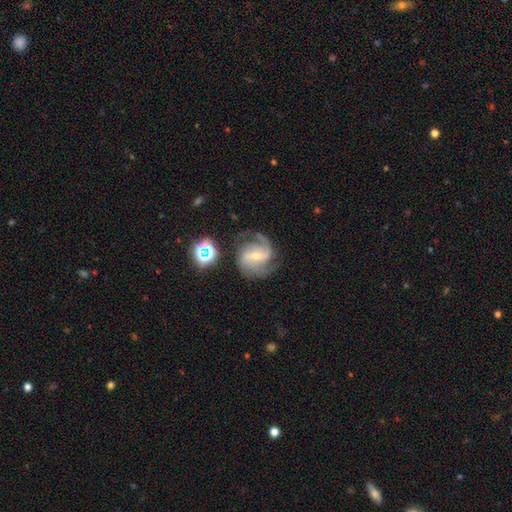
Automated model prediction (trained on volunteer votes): Smooth or featured? Predicted: featured or disk (p=0.87). Edge-on disk? Predicted: no (p=0.98). Bar? Predicted: weak (p=0.48). Spiral arms? Predicted: yes (p=0.97). Spiral winding? Predicted: medium (p=0.54). Spiral arm count? Predicted: 2 (p=0.54). Bulge size? Predicted: small (p=0.58). Merging? Predicted: none (p=0.67).